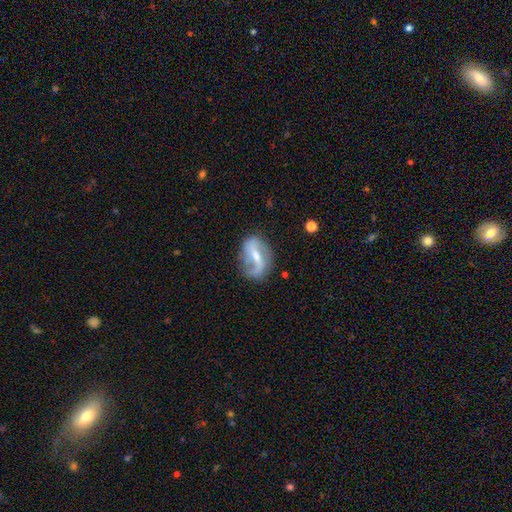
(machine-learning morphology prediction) featured or disk 77%, smooth 16%, star or artifact 7%. Down the decision tree: edge-on disk — no (95%); bar — strong (42%); spiral arms — yes (86%); spiral arm count — 2 (73%); spiral winding — loose (59%); bulge size — moderate (48%); merging — none (63%).